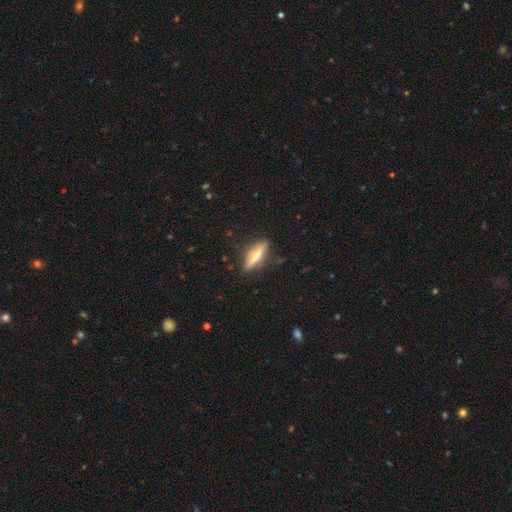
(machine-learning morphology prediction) Overall: featured or disk (56%; smooth 38%). Edge-on disk: yes (92%). Edge-on bulge: rounded (92%). Merging: none (86%).